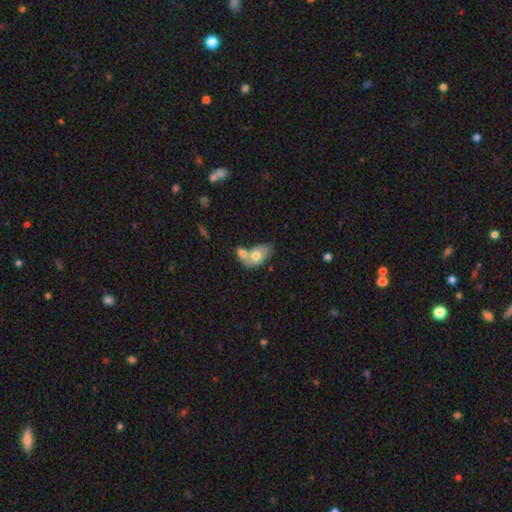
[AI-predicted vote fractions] Smooth or featured? smooth (66%)
How rounded? in between (85%)
Merging? merger (60%)